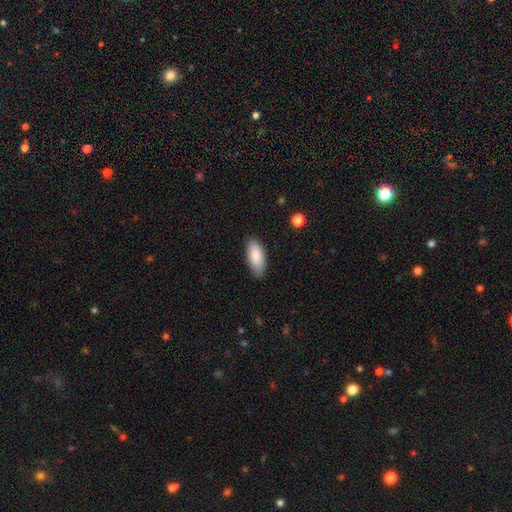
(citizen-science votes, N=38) smooth_or_featured: smooth (p=0.84) [alt: star or artifact p=0.11]
how_rounded: in between (p=0.94) [alt: cigar-shaped p=0.06]
merging: none (p=0.94) [alt: minor disturbance p=0.03]